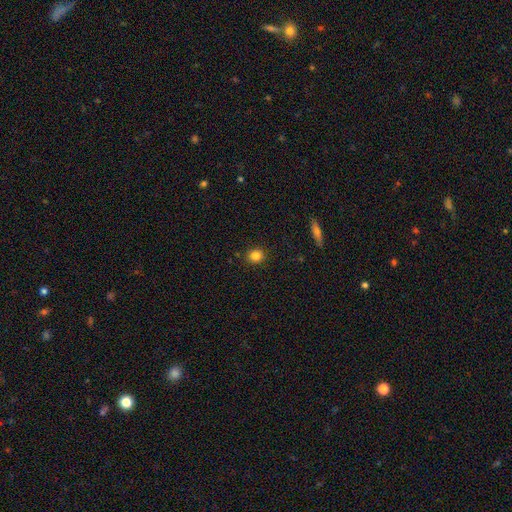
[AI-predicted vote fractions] smooth-or-featured: smooth: 83% | star or artifact: 11% | featured or disk: 5%
  how-rounded: round: 82% | in between: 17% | cigar-shaped: 1%
  merging: none: 90% | minor disturbance: 7% | major disturbance: 2% | merger: 1%